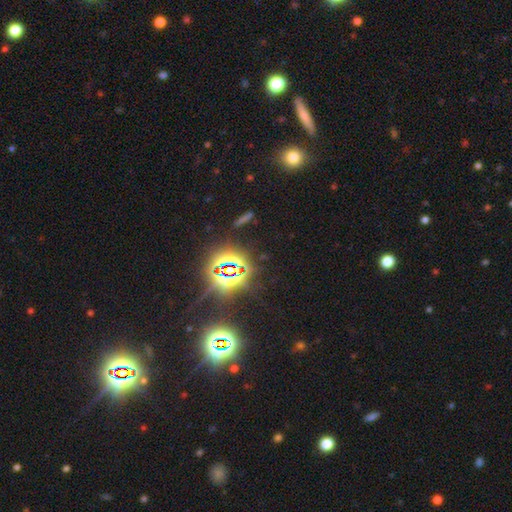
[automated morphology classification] The model was most divided on "smooth or featured": star or artifact: 79%, smooth: 13%, featured or disk: 8%.